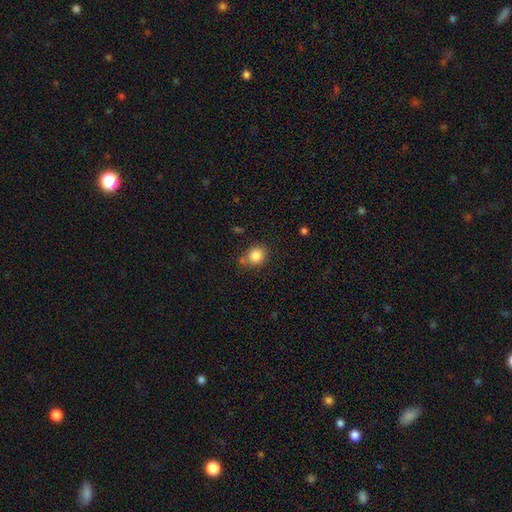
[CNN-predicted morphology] Smooth or featured: smooth — 84% (star or artifact — 10%)
How rounded: round — 67% (in between — 32%)
Merging: none — 70% (minor disturbance — 18%)